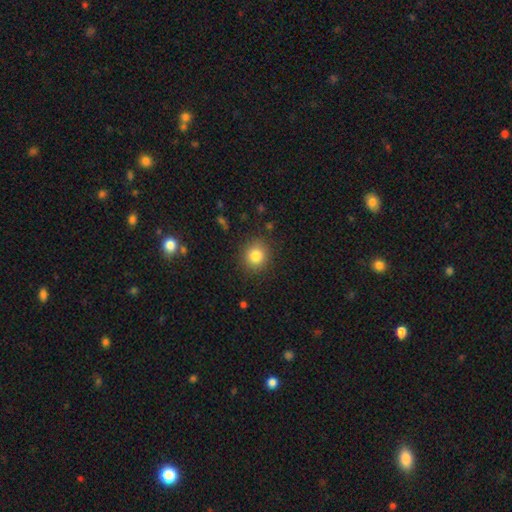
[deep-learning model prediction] smooth-or-featured: smooth: 83% | star or artifact: 11% | featured or disk: 7%
  how-rounded: round: 82% | in between: 17% | cigar-shaped: 1%
  merging: none: 88% | minor disturbance: 8% | major disturbance: 3% | merger: 1%